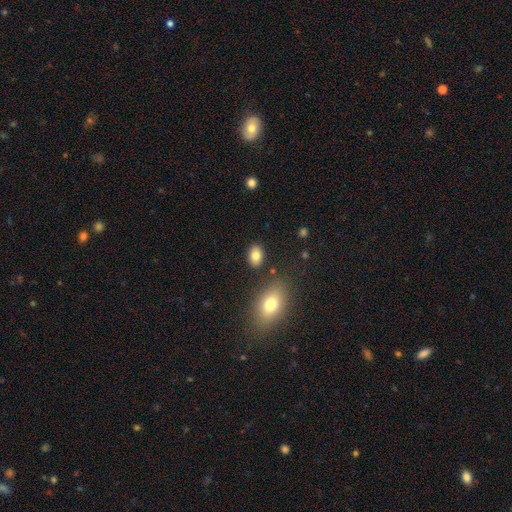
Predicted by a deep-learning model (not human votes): This is clearly a smooth galaxy (82%). How rounded: likely in between (77%). Merging: clearly none (84%).